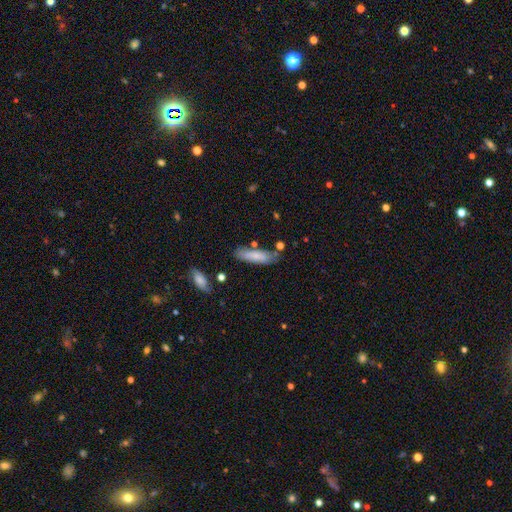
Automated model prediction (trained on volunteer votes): smooth-or-featured: smooth: 77% | featured or disk: 16% | star or artifact: 6%
  how-rounded: cigar-shaped: 58% | in between: 40% | round: 2%
  merging: none: 72% | minor disturbance: 18% | merger: 6% | major disturbance: 4%